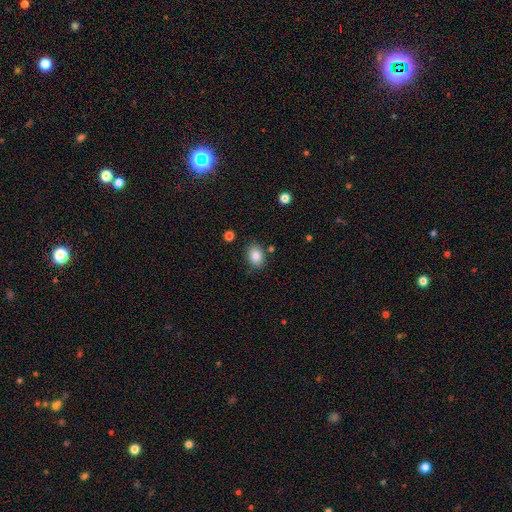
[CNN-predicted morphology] smooth 85%, star or artifact 9%, featured or disk 6%. Down the decision tree: how rounded — in between (69%); merging — none (82%).